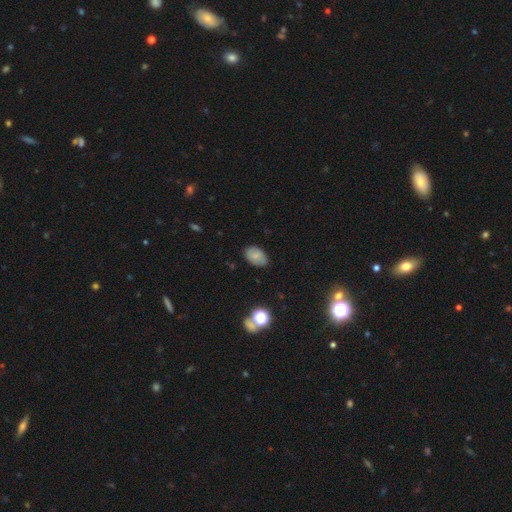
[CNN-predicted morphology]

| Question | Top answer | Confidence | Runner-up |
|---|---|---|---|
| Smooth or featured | smooth | 75% | featured or disk (14%) |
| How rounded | in between | 87% | round (12%) |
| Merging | none | 81% | minor disturbance (15%) |